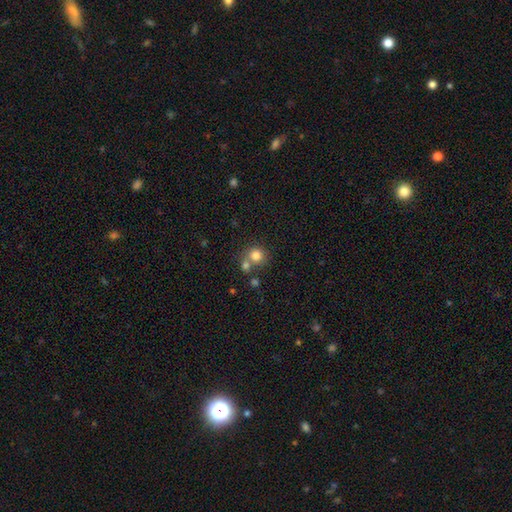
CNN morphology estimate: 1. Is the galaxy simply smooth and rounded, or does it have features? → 79% smooth, 12% star or artifact, 9% featured or disk.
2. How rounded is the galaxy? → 87% round, 12% in between, 1% cigar-shaped.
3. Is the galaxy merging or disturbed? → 55% none, 33% merger, 8% minor disturbance, 4% major disturbance.